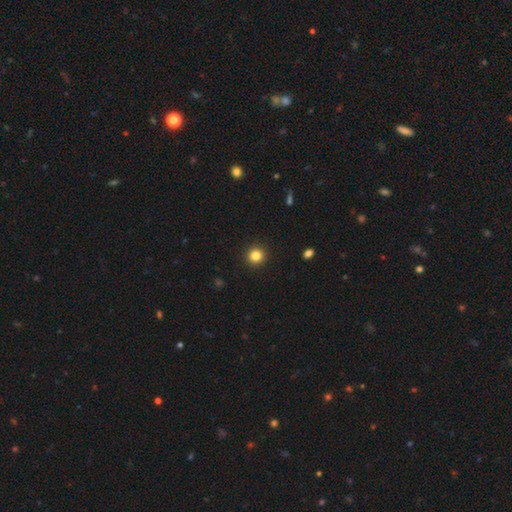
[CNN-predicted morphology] Smooth or featured: smooth — 83% (star or artifact — 12%)
How rounded: round — 95% (in between — 5%)
Merging: none — 93% (minor disturbance — 4%)